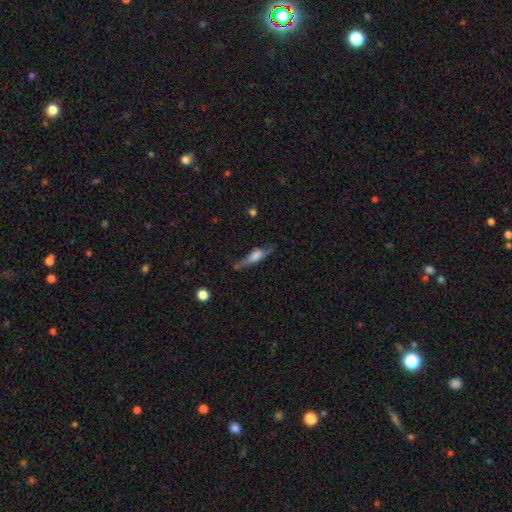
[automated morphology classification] featured or disk 57%, smooth 35%, star or artifact 8%. Down the decision tree: edge-on disk — yes (91%); edge-on bulge — rounded (66%); merging — none (65%).